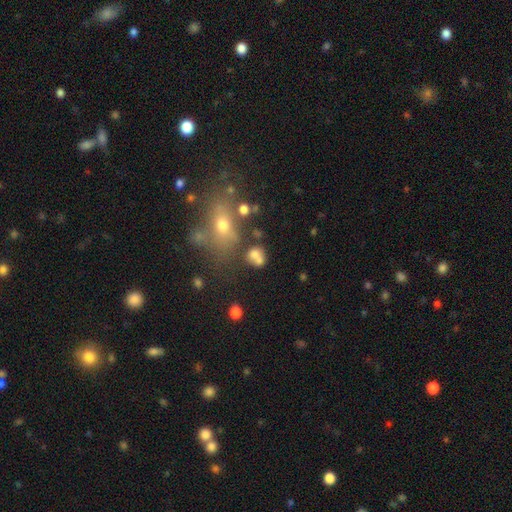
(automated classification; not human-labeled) The model was most divided on "merging": merger: 42%, none: 38%, minor disturbance: 12%, major disturbance: 7%. More confident: smooth or featured — smooth (69%); how rounded — round (58%).